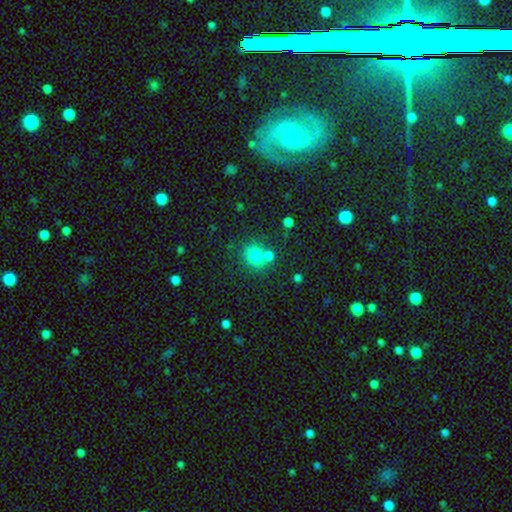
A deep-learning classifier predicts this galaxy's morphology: Q: Smooth or featured?
A: smooth (78%); runner-up: star or artifact (14%)
Q: How rounded?
A: round (75%); runner-up: in between (24%)
Q: Merging?
A: none (58%); runner-up: merger (28%)